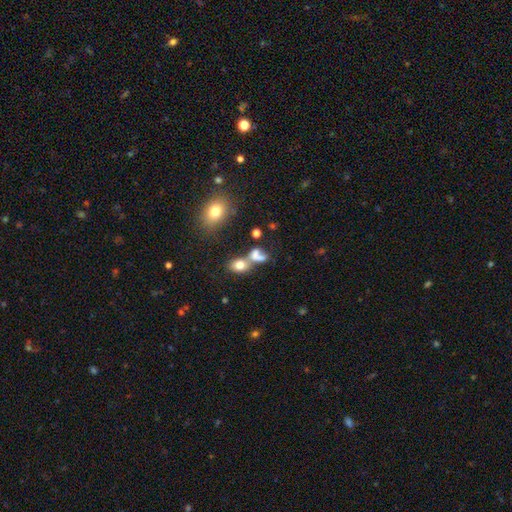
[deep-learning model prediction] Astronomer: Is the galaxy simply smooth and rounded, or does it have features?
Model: smooth — 66%.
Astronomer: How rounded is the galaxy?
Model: in between — 61%.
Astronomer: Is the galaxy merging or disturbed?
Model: merger — 55%.